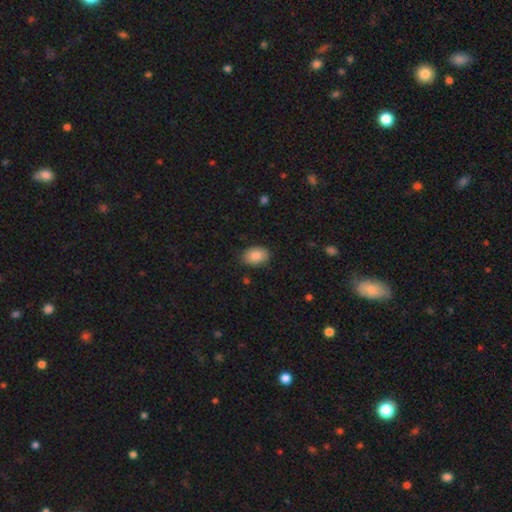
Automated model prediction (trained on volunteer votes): Smooth or featured? Predicted: smooth (p=0.88). How rounded? Predicted: in between (p=0.86). Merging? Predicted: none (p=0.85).